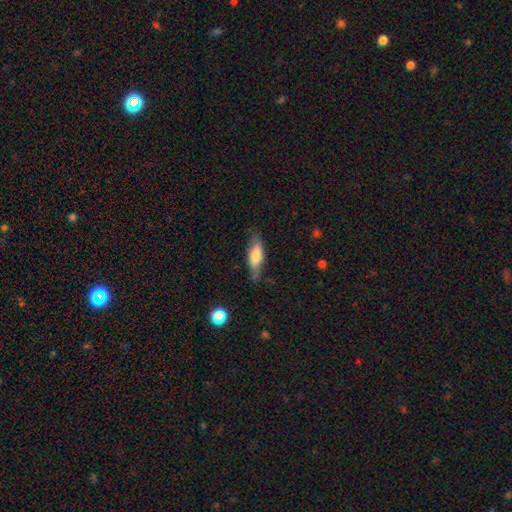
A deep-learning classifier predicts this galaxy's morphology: smooth_or_featured: smooth (p=0.69) [alt: featured or disk p=0.25]
how_rounded: in between (p=0.61) [alt: cigar-shaped p=0.37]
merging: none (p=0.71) [alt: minor disturbance p=0.22]